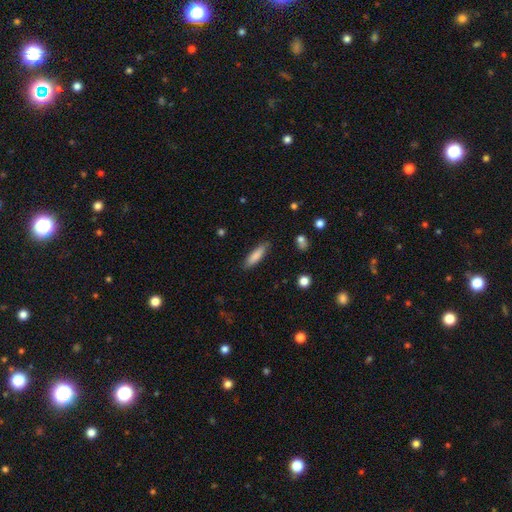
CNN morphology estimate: A smooth galaxy with no disk features (84%) that is cigar-shaped (67%). Merging: none (83%).